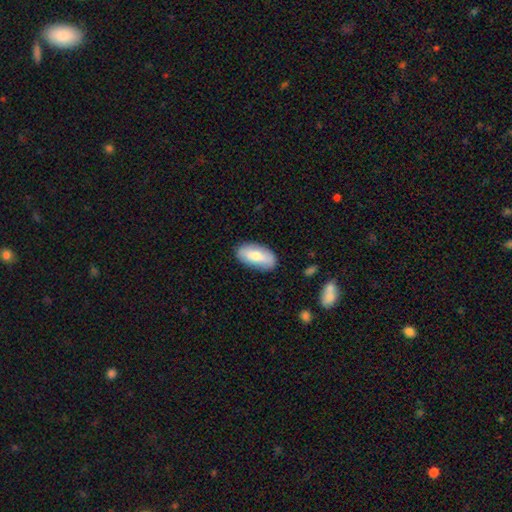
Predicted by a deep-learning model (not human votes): A smooth galaxy with no disk features (72%) that is in between round and cigar-shaped (92%). Merging: none (83%).